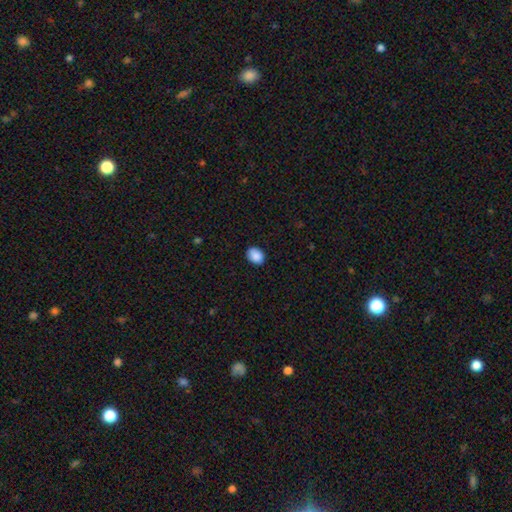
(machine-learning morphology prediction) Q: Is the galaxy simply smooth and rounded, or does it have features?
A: smooth — 89%.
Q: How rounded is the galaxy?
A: in between — 62%.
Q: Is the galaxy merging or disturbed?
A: none — 84%.